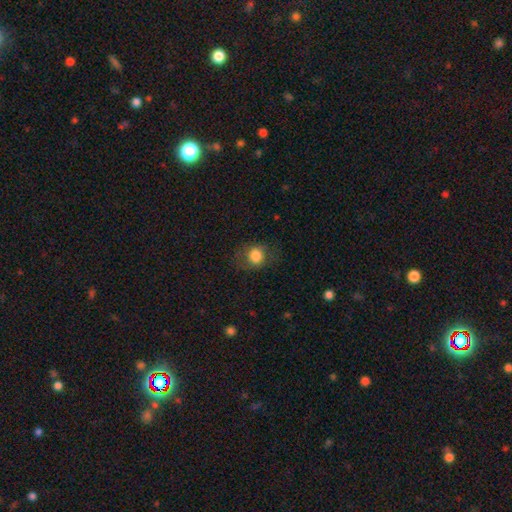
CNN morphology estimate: This is likely a smooth galaxy (79%). How rounded: likely round (65%). Merging: likely none (72%).